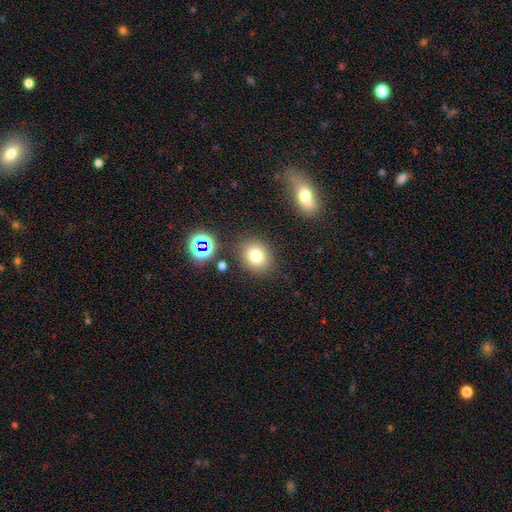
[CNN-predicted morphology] Smooth or featured? Predicted: smooth (p=0.77). How rounded? Predicted: round (p=0.63). Merging? Predicted: none (p=0.82).